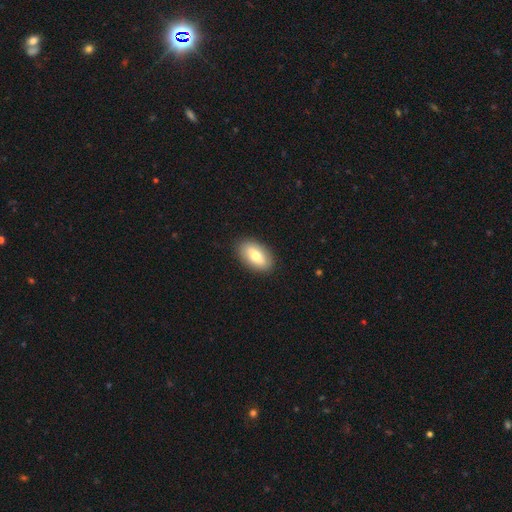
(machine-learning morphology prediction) Q: Smooth or featured?
A: smooth (73%); runner-up: featured or disk (20%)
Q: How rounded?
A: in between (92%); runner-up: round (5%)
Q: Merging?
A: none (88%); runner-up: minor disturbance (9%)